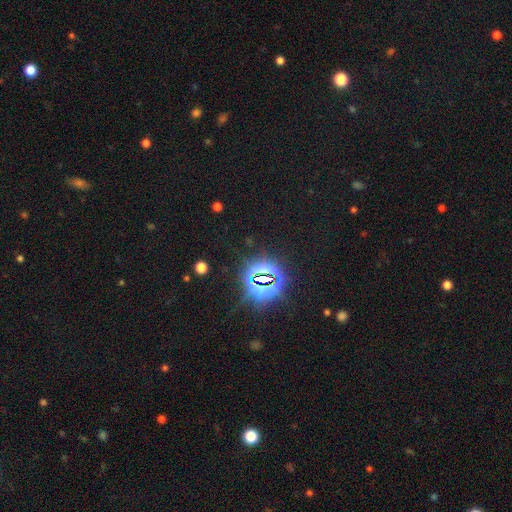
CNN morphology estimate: Smooth or featured? Predicted: star or artifact (p=0.83).